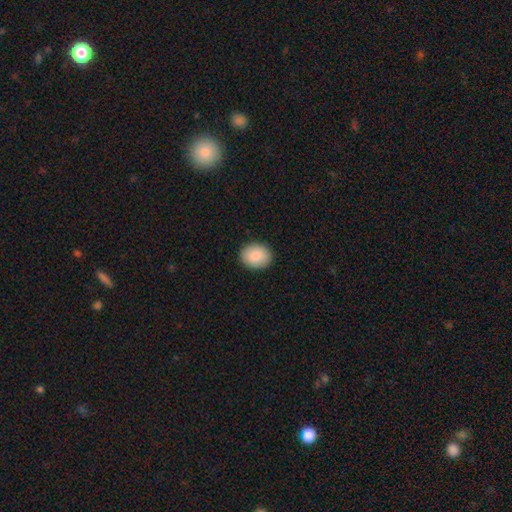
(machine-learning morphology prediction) Smooth or featured?
  - smooth: 86% *
  - star or artifact: 7%
  - featured or disk: 7%
How rounded?
  - round: 52% *
  - in between: 47%
  - cigar-shaped: 1%
Merging?
  - none: 90% *
  - minor disturbance: 7%
  - major disturbance: 2%
  - merger: 1%